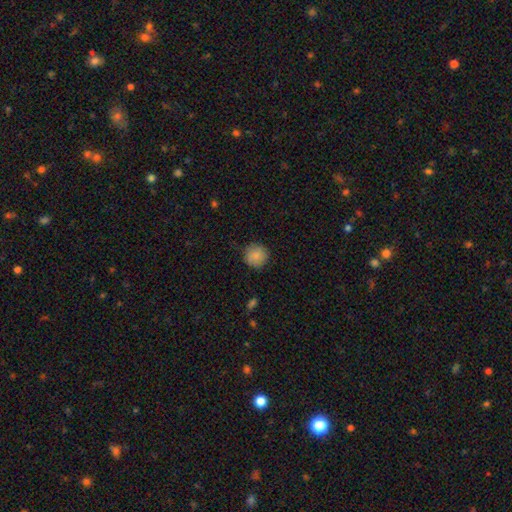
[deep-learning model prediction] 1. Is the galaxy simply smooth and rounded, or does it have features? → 87% smooth, 8% star or artifact, 5% featured or disk.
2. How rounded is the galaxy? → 94% round, 5% in between, 1% cigar-shaped.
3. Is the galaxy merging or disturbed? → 88% none, 9% minor disturbance, 2% major disturbance, 1% merger.